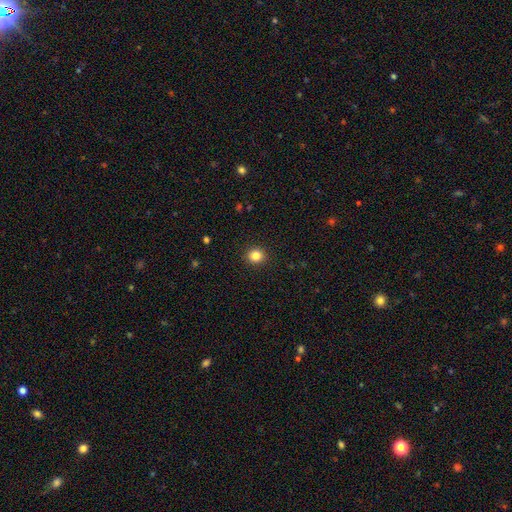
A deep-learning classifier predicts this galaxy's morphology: Overall: smooth (83%). How rounded: round (86%). Merging: none (92%).